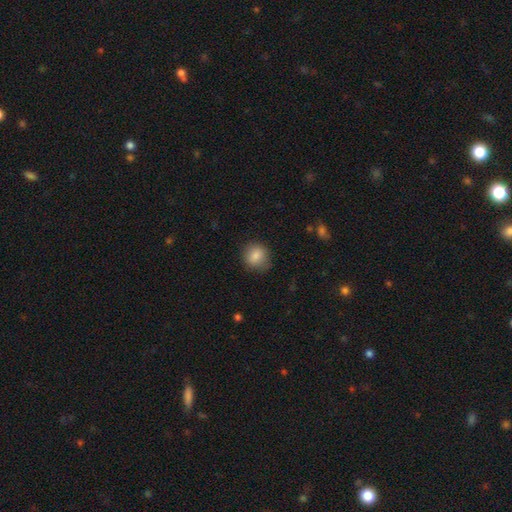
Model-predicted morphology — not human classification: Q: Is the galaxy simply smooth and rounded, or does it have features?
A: smooth — 84%.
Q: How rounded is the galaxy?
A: round — 81%.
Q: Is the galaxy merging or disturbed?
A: none — 80%.